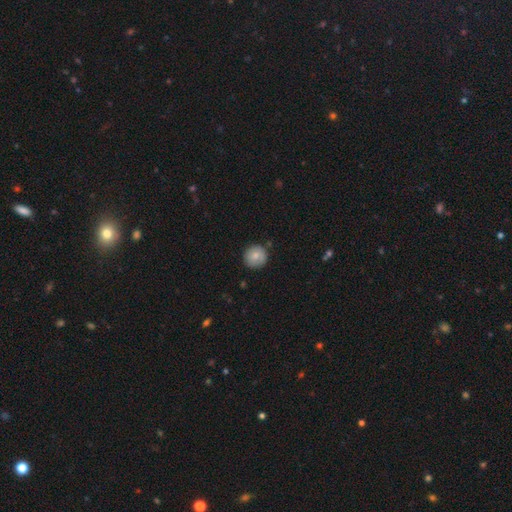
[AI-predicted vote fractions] Smooth or featured: smooth — 77% (featured or disk — 15%)
How rounded: round — 94% (in between — 5%)
Merging: none — 84% (minor disturbance — 12%)